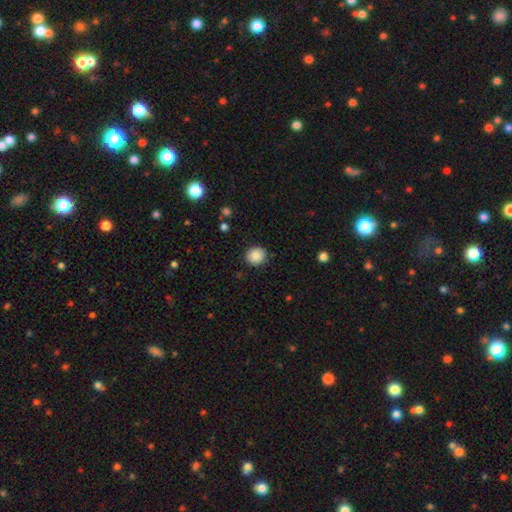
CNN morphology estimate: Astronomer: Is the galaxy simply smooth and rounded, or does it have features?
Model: smooth — 88%.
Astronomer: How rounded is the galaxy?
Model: round — 83%.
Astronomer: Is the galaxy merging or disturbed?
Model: none — 88%.